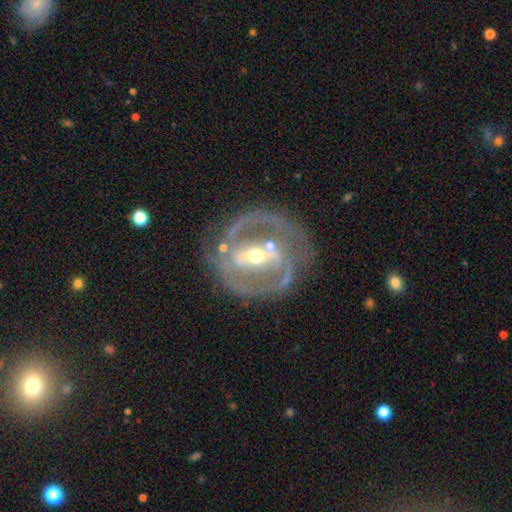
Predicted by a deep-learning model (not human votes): A featured or disk galaxy (86%) with a strong bar (54%), 2 (69%) tight (47%) spiral arms (80%) and a moderate central bulge (53%).

Vote fractions:
- Smooth or featured? featured or disk: 86% / smooth: 8% / star or artifact: 6%
- Edge-on disk? no: 95% / yes: 5%
- Bar? strong: 54% / weak: 28% / no: 17%
- Spiral arms? yes: 80% / no: 20%
- Spiral winding? tight: 47% / medium: 40% / loose: 13%
- Spiral arm count? 2: 69% / can't tell: 14% / 3: 7% / 1: 6% / 4: 2% / more than 4: 2%
- Bulge size? moderate: 53% / small: 42% / large: 3% / none: 1% / dominant: 1%
- Merging? none: 70% / minor disturbance: 16% / major disturbance: 11% / merger: 4%